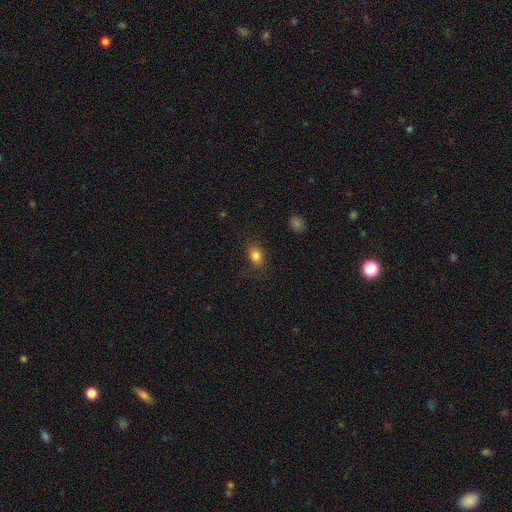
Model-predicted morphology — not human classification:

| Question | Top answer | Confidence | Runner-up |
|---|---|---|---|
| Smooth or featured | smooth | 83% | star or artifact (10%) |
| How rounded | in between | 70% | round (28%) |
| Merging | none | 81% | minor disturbance (13%) |